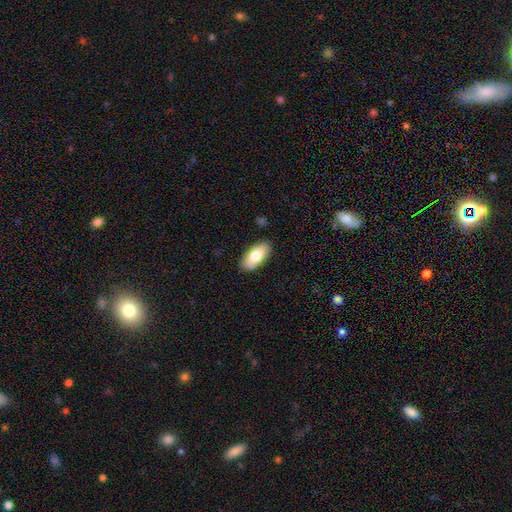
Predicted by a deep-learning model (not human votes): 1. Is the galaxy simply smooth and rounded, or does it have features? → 73% smooth, 20% featured or disk, 7% star or artifact.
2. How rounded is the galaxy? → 91% in between, 6% cigar-shaped, 3% round.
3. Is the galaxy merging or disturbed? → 86% none, 10% minor disturbance, 2% major disturbance, 2% merger.